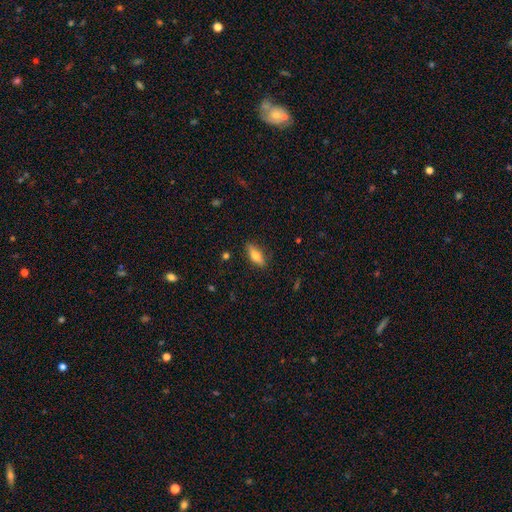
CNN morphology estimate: smooth-or-featured: smooth: 65% | featured or disk: 28% | star or artifact: 7%
  how-rounded: in between: 55% | cigar-shaped: 42% | round: 3%
  merging: none: 85% | minor disturbance: 12% | major disturbance: 3% | merger: 1%